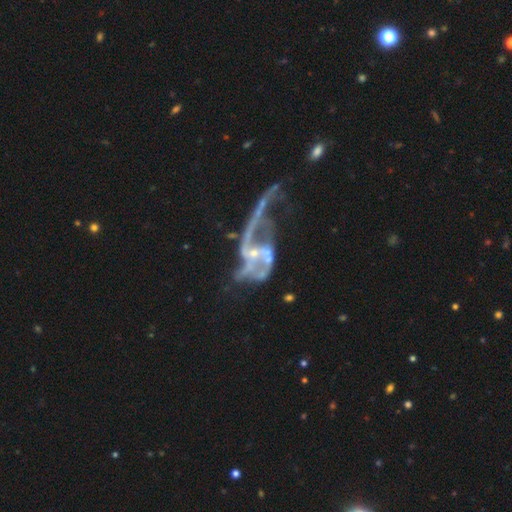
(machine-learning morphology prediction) The model was most divided on "bar": no: 54%, weak: 31%, strong: 15%. Remaining: edge-on disk — no (97%); smooth or featured — featured or disk (86%); spiral arms — yes (80%); spiral winding — loose (76%); bulge size — small (65%); spiral arm count — 2 (60%); merging — major disturbance (46%).